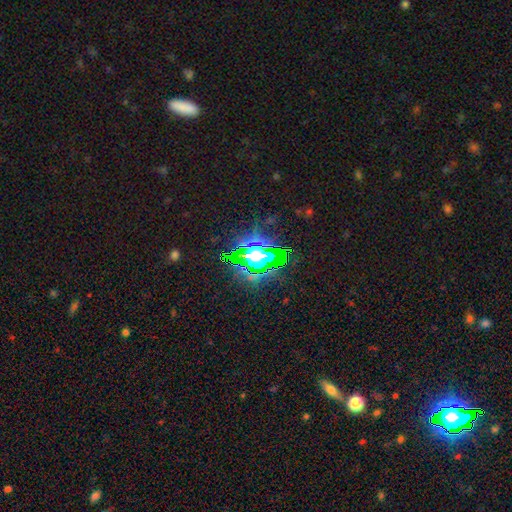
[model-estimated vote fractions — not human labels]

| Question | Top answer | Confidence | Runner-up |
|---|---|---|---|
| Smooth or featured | star or artifact | 58% | smooth (26%) |